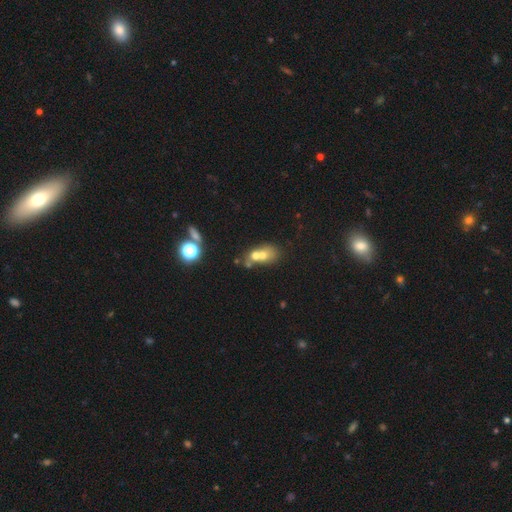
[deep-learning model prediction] This appears to be a smooth galaxy with no disk features (58%) that is in between round and cigar-shaped (50%). Merging: merger (64%).